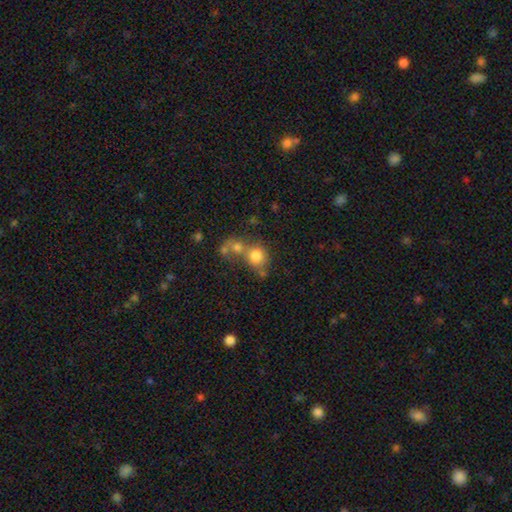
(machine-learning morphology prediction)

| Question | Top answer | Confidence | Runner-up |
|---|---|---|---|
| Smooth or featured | smooth | 76% | featured or disk (13%) |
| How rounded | round | 75% | in between (23%) |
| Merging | merger | 52% | none (33%) |